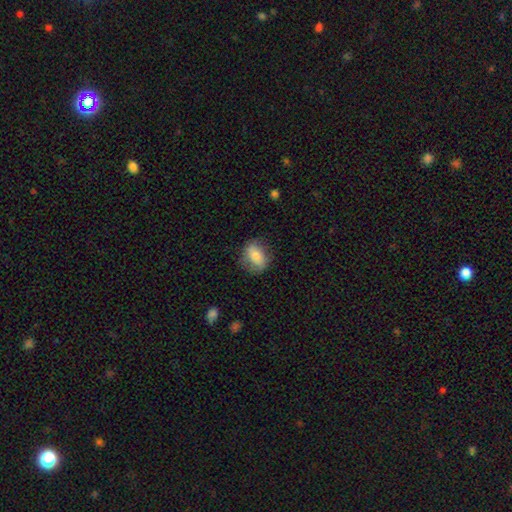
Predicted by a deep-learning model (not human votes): A smooth galaxy with no disk features (70%) that is in between round and cigar-shaped (64%).

Vote fractions:
- Smooth or featured? smooth: 70% / featured or disk: 23% / star or artifact: 7%
- How rounded? in between: 64% / round: 34% / cigar-shaped: 2%
- Merging? none: 76% / minor disturbance: 17% / major disturbance: 6% / merger: 1%